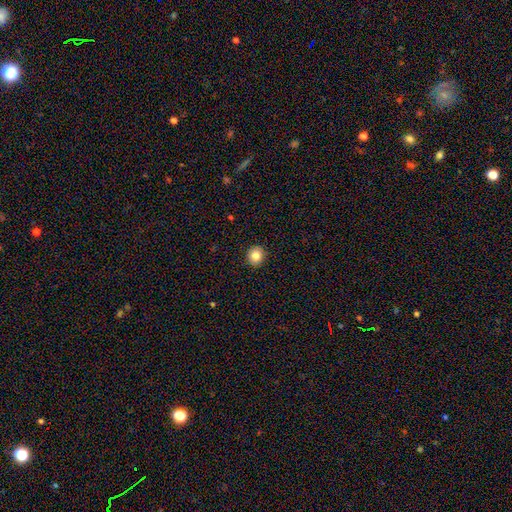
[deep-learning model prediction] Morphology: type=smooth (84%); roundness=round (85%); merging=none (92%).